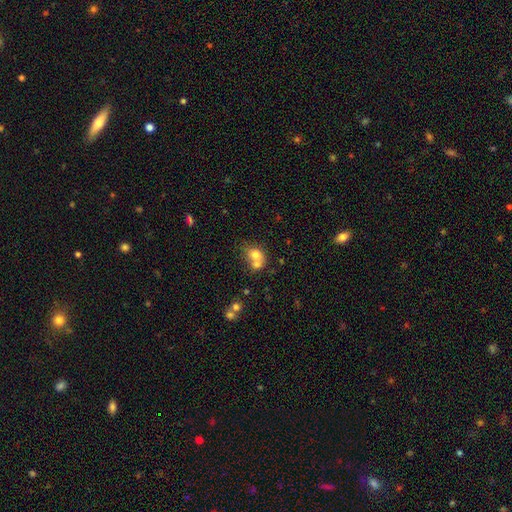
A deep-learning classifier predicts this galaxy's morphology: Smooth or featured?
  - smooth: 72% *
  - featured or disk: 17%
  - star or artifact: 10%
How rounded?
  - in between: 50% *
  - round: 49%
  - cigar-shaped: 1%
Merging?
  - merger: 57% *
  - none: 28%
  - minor disturbance: 10%
  - major disturbance: 5%